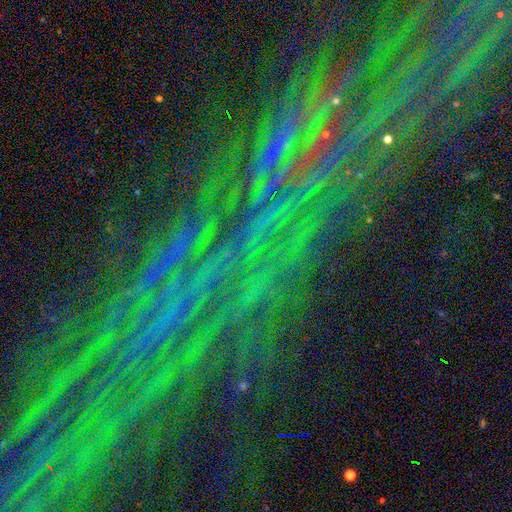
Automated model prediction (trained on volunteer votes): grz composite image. It shows a star or artifact, not a galaxy (82%).